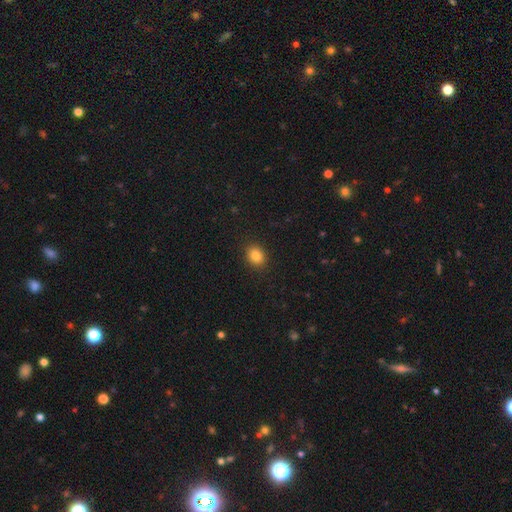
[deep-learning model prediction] The model was most divided on "how rounded": round: 54%, in between: 45%, cigar-shaped: 1%. More confident: merging — none (89%); smooth or featured — smooth (85%).